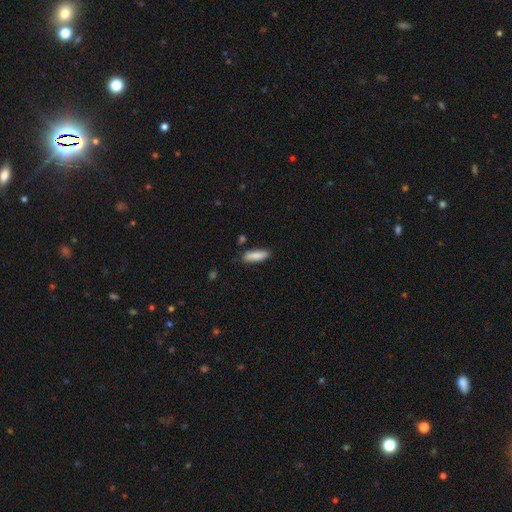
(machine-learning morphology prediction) Smooth or featured?
  - smooth: 86% *
  - featured or disk: 7%
  - star or artifact: 6%
How rounded?
  - cigar-shaped: 52% *
  - in between: 47%
  - round: 2%
Merging?
  - none: 80% *
  - minor disturbance: 14%
  - merger: 3%
  - major disturbance: 3%